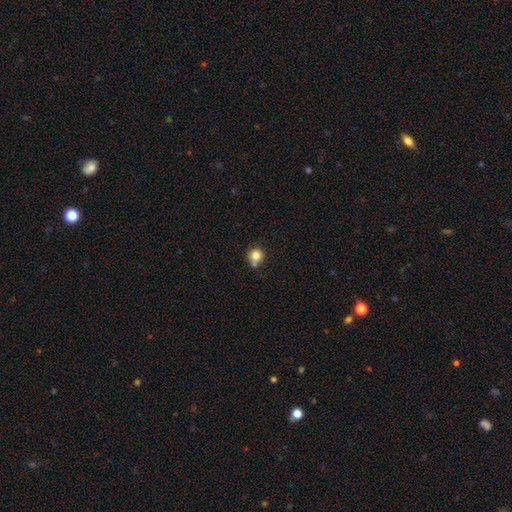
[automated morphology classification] This appears to be a smooth galaxy with no disk features (83%) that is round (90%). Merging: none (65%).